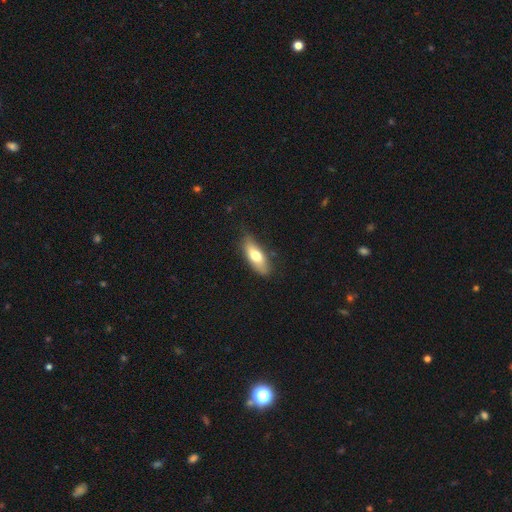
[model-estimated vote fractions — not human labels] Morphology: type=smooth (69%); roundness=in between (70%); merging=none (76%).